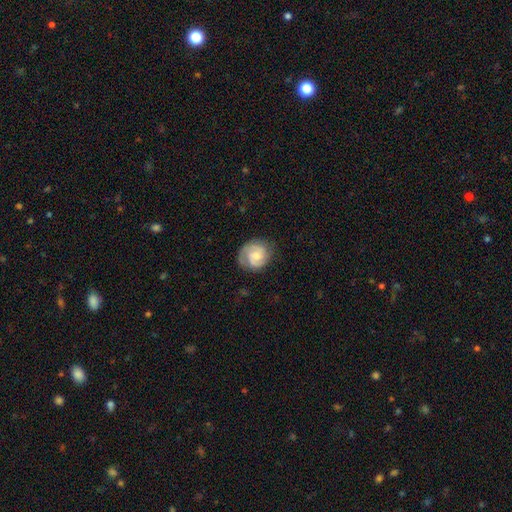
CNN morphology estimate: Overall: featured or disk (71%). Edge-on disk: no (98%). Bar: no (58%; weak 37%). Spiral arms: yes (95%). Spiral arm count: 2 (67%). Spiral winding: tight (58%; medium 34%). Bulge size: small (49%; moderate 38%). Merging: none (76%).